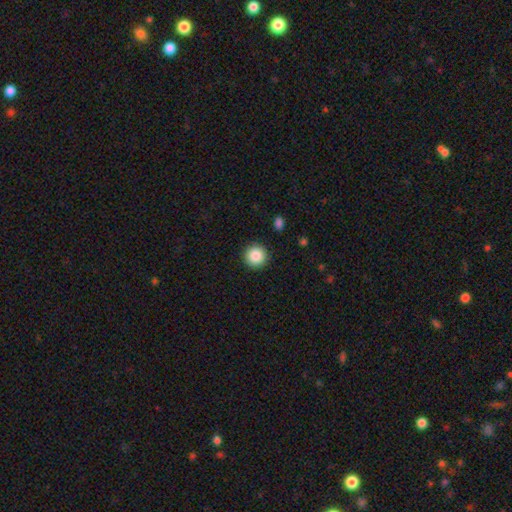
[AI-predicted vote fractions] Overall: smooth (87%). How rounded: round (96%). Merging: none (92%).